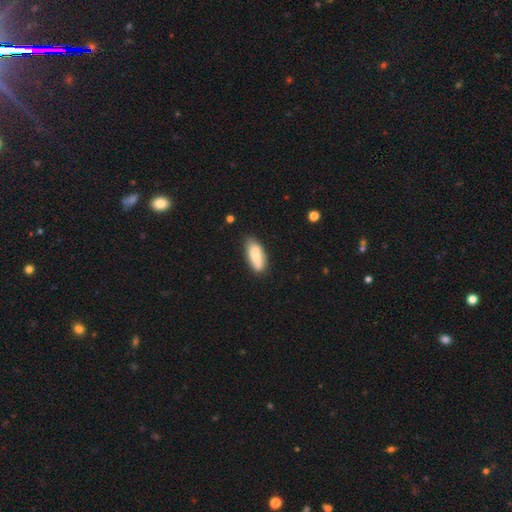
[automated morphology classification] smooth_or_featured: smooth (p=0.79) [alt: featured or disk p=0.15]
how_rounded: in between (p=0.70) [alt: cigar-shaped p=0.28]
merging: none (p=0.72) [alt: minor disturbance p=0.22]